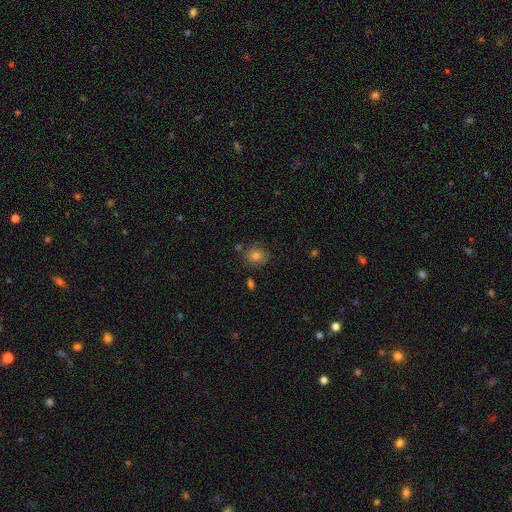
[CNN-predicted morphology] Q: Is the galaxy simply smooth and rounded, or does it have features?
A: smooth — 76%.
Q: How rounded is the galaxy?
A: round — 73%.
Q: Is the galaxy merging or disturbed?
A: none — 77%.